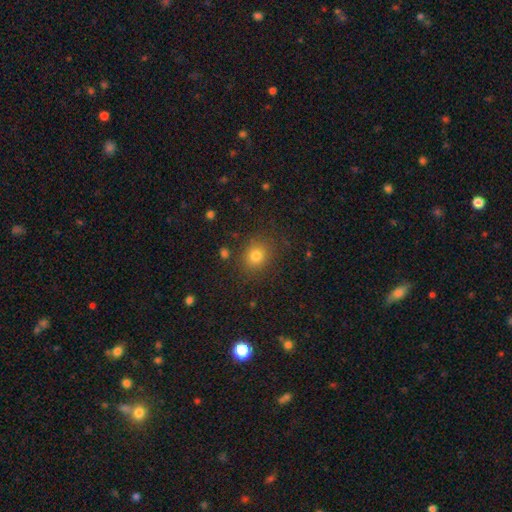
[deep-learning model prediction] Smooth or featured: smooth — 79% (star or artifact — 14%)
How rounded: round — 76% (in between — 23%)
Merging: none — 84% (minor disturbance — 10%)